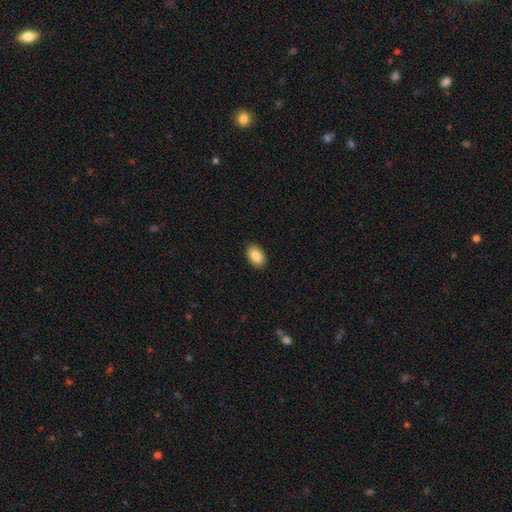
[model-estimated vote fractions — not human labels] Morphology: type=smooth (87%); roundness=in between (91%); merging=none (88%).